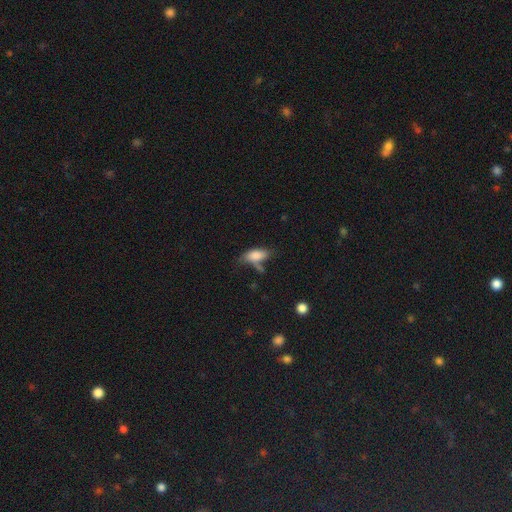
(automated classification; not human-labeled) Morphology: type=smooth (77%); roundness=in between (84%); merging=none (43%).